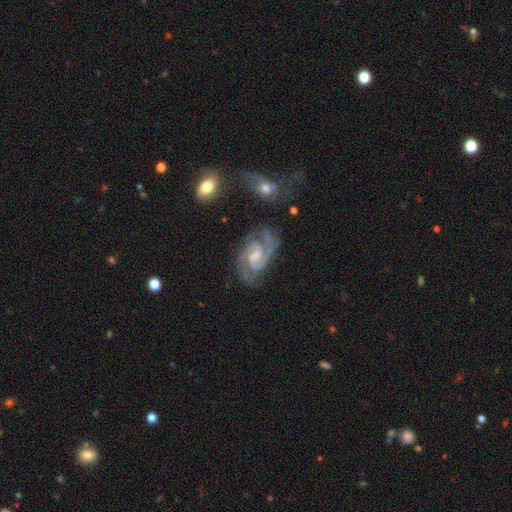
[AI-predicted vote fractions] Smooth or featured: featured or disk — 90% (star or artifact — 5%)
Edge-on disk: no — 97% (yes — 3%)
Bar: weak — 55% (no — 31%)
Spiral arms: yes — 98% (no — 2%)
Spiral winding: medium — 50% (tight — 41%)
Spiral arm count: 2 — 74% (3 — 13%)
Bulge size: small — 42% (moderate — 35%)
Merging: none — 69% (minor disturbance — 18%)